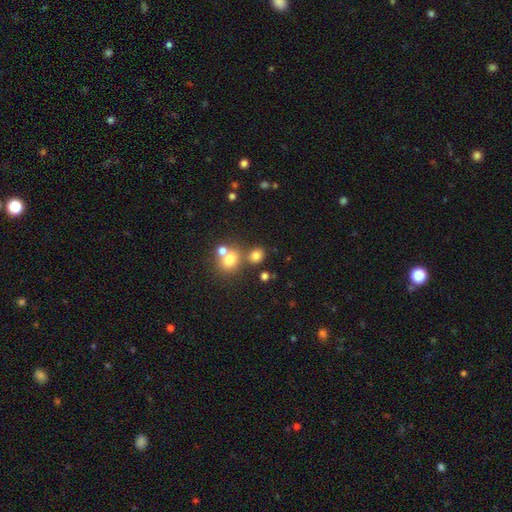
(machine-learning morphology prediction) Smooth or featured: smooth — 75% (star or artifact — 15%)
How rounded: round — 74% (in between — 25%)
Merging: none — 61% (merger — 26%)